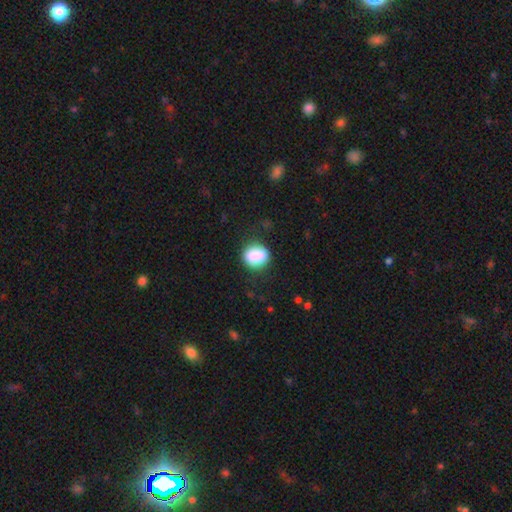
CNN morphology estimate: Overall: smooth (85%). How rounded: round (67%; in between 32%). Merging: none (78%).